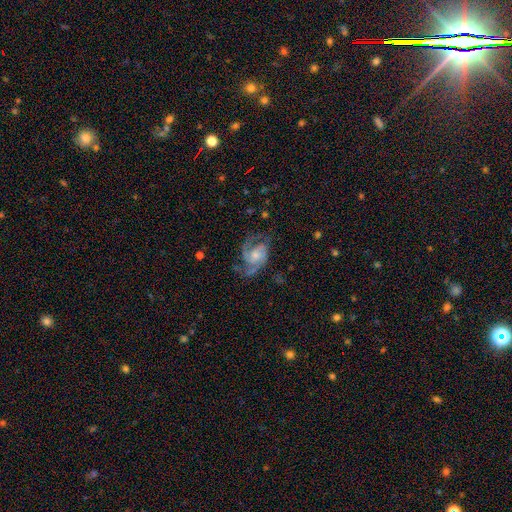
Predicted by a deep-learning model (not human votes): Overall: featured or disk (87%). Edge-on disk: no (98%). Bar: no (62%; weak 32%). Spiral arms: yes (97%). Spiral arm count: 2 (59%; 3 24%). Spiral winding: medium (55%; tight 29%). Bulge size: moderate (44%; small 42%). Merging: none (61%; minor disturbance 21%).